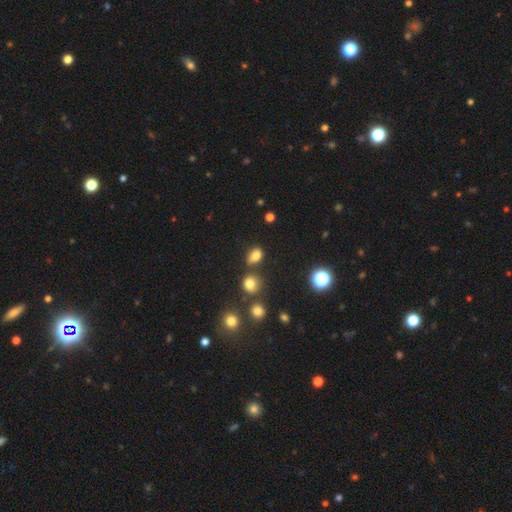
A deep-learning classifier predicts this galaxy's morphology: Smooth or featured?
  - smooth: 79% *
  - star or artifact: 14%
  - featured or disk: 7%
How rounded?
  - in between: 76% *
  - round: 21%
  - cigar-shaped: 3%
Merging?
  - none: 69% *
  - minor disturbance: 15%
  - merger: 11%
  - major disturbance: 5%